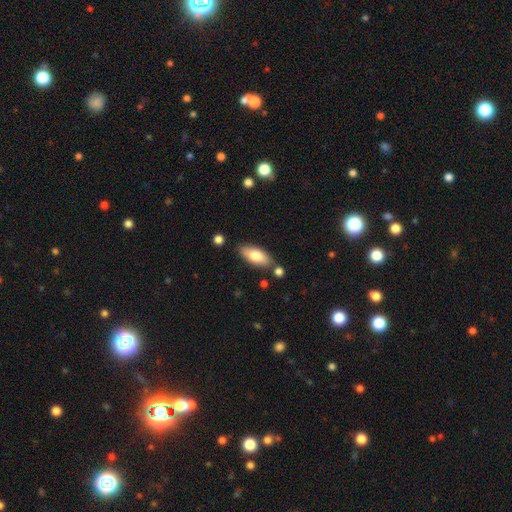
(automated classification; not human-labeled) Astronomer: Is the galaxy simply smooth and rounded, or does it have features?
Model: smooth — 76%.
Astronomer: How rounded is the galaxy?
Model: in between — 83%.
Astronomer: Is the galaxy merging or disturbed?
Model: none — 79%.